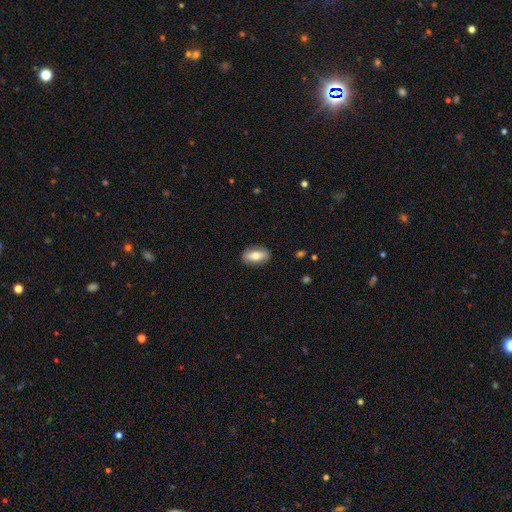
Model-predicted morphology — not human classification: Smooth or featured? Predicted: smooth (p=0.67). How rounded? Predicted: in between (p=0.87). Merging? Predicted: none (p=0.86).